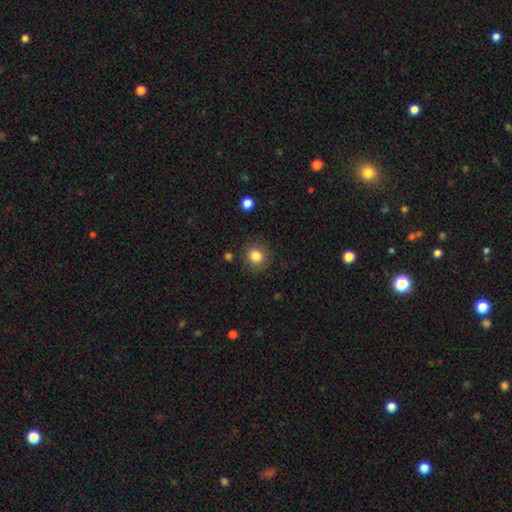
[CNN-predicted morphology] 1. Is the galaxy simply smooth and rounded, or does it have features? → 83% smooth, 11% star or artifact, 6% featured or disk.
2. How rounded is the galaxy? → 87% round, 12% in between, 1% cigar-shaped.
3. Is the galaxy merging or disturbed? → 85% none, 10% minor disturbance, 3% major disturbance, 2% merger.